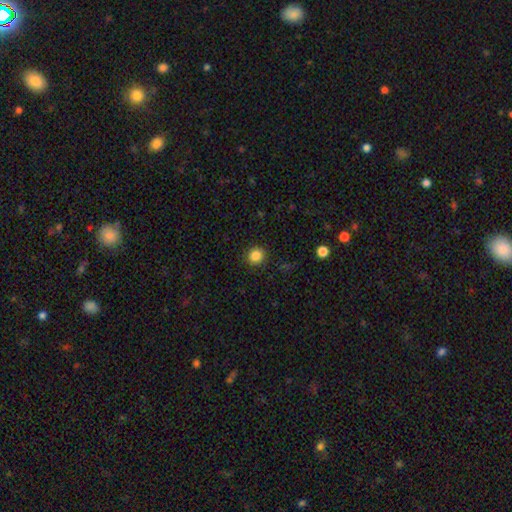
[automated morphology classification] Smooth or featured? smooth (84%)
How rounded? round (91%)
Merging? none (90%)